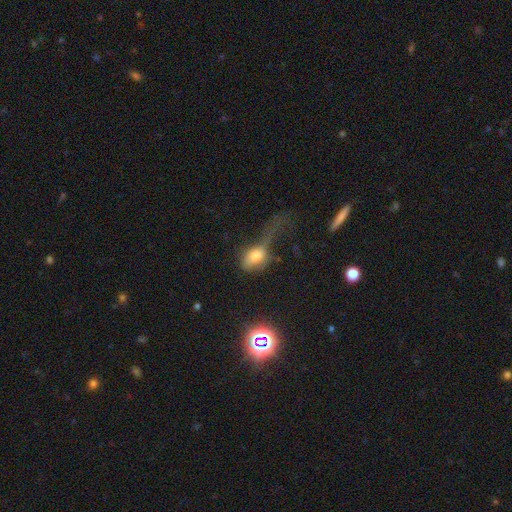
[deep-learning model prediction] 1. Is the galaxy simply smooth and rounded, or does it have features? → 69% smooth, 20% featured or disk, 11% star or artifact.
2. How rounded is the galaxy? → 75% in between, 19% round, 5% cigar-shaped.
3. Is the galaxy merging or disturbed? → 60% major disturbance, 18% minor disturbance, 16% none, 6% merger.